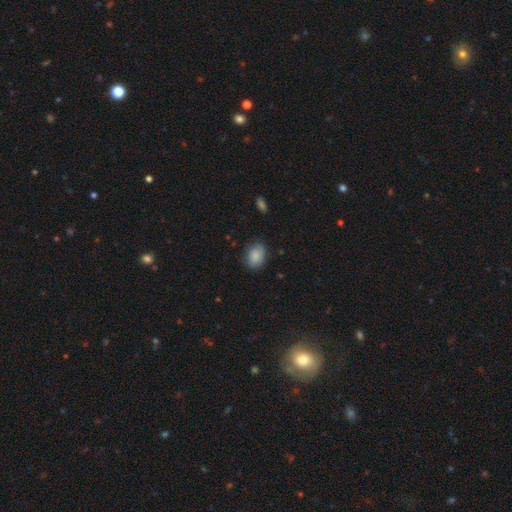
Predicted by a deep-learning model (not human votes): A smooth galaxy with no disk features (87%) that is in between round and cigar-shaped (74%).

Vote fractions:
- Smooth or featured? smooth: 87% / star or artifact: 7% / featured or disk: 6%
- How rounded? in between: 74% / round: 25% / cigar-shaped: 1%
- Merging? none: 80% / minor disturbance: 15% / major disturbance: 4% / merger: 1%